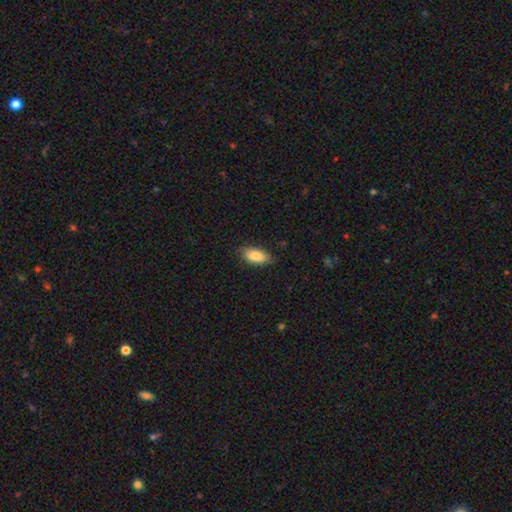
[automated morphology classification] A smooth galaxy with no disk features (83%) that is in between round and cigar-shaped (86%).

Vote fractions:
- Smooth or featured? smooth: 83% / featured or disk: 11% / star or artifact: 7%
- How rounded? in between: 86% / cigar-shaped: 11% / round: 3%
- Merging? none: 81% / minor disturbance: 16% / major disturbance: 3% / merger: 1%